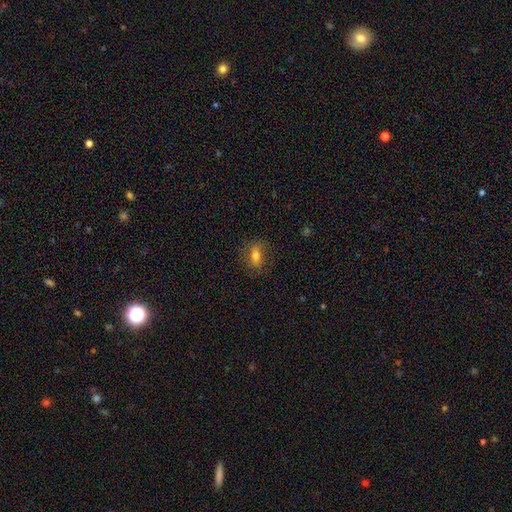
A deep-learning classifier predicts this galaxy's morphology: Q: Smooth or featured?
A: smooth (68%); runner-up: featured or disk (19%)
Q: How rounded?
A: in between (69%); runner-up: round (18%)
Q: Merging?
A: none (81%); runner-up: minor disturbance (13%)